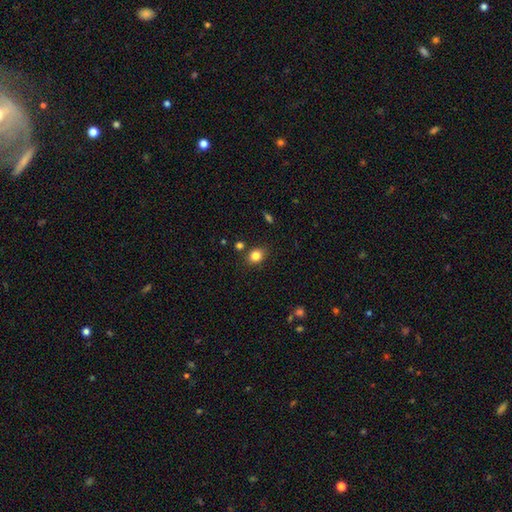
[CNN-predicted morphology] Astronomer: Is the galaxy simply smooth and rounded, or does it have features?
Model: smooth — 83%.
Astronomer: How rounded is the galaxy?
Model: round — 55% (runner-up: in between, 44%).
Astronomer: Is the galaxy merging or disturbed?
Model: none — 81%.